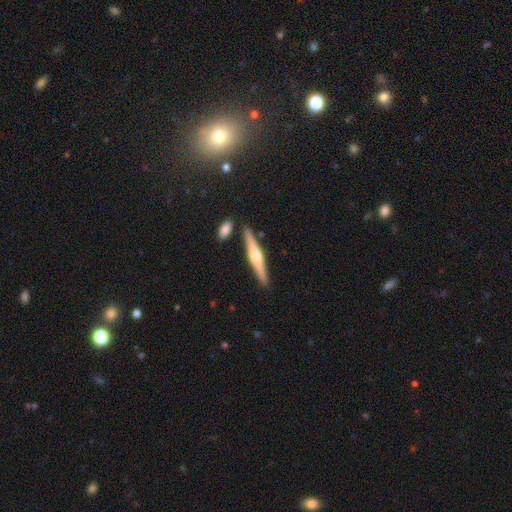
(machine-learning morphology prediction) smooth_or_featured: featured or disk (p=0.64) [alt: smooth p=0.30]
disk_edge_on: yes (p=0.97) [alt: no p=0.03]
edge_on_bulge: rounded (p=0.87) [alt: boxy p=0.08]
merging: none (p=0.85) [alt: minor disturbance p=0.08]